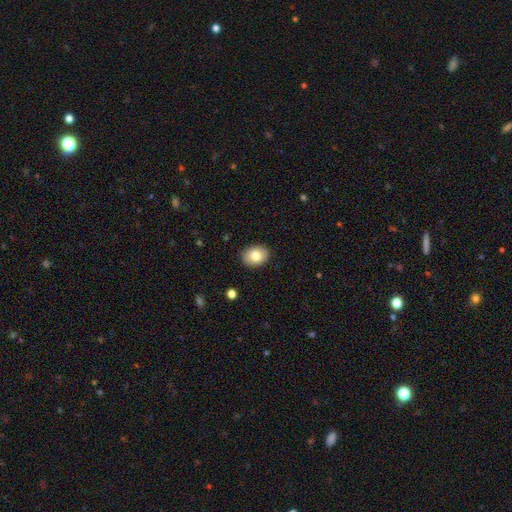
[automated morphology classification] This appears to be a smooth galaxy with no disk features (80%) that is in between round and cigar-shaped (67%). Merging: none (89%).